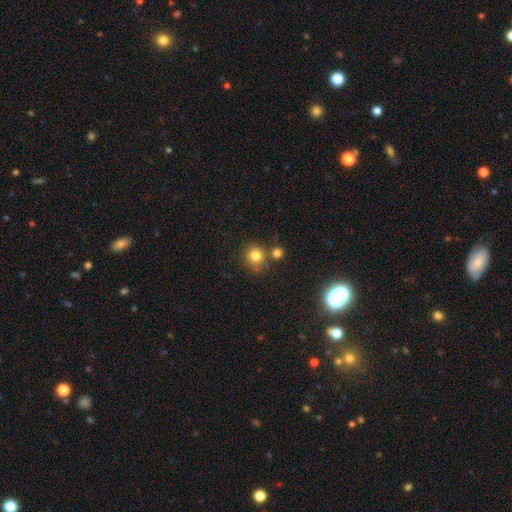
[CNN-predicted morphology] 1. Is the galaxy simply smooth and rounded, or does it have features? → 80% smooth, 13% star or artifact, 7% featured or disk.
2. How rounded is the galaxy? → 89% round, 10% in between, 1% cigar-shaped.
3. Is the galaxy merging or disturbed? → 68% none, 17% merger, 11% minor disturbance, 4% major disturbance.